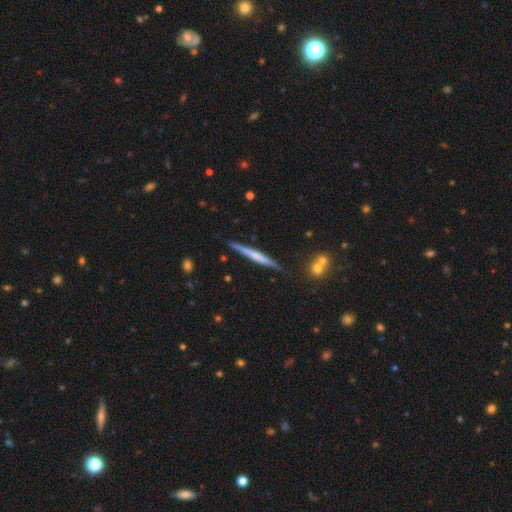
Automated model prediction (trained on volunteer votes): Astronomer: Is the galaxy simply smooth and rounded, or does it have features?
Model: featured or disk — 48% (runner-up: smooth, 46%).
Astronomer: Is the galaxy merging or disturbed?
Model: none — 86%.